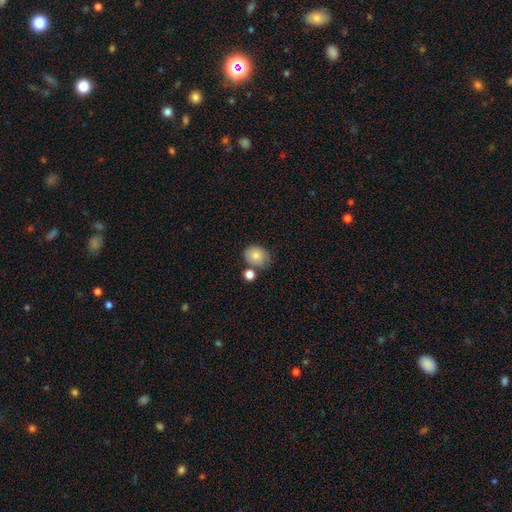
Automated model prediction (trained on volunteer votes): Smooth or featured? smooth (82%)
How rounded? round (57%)
Merging? none (60%)